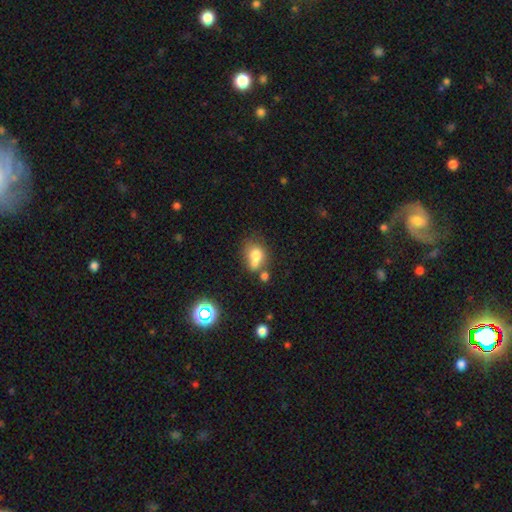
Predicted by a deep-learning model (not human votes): This appears to be a smooth galaxy with no disk features (71%) that is round (56%). Merging: merger (44%).